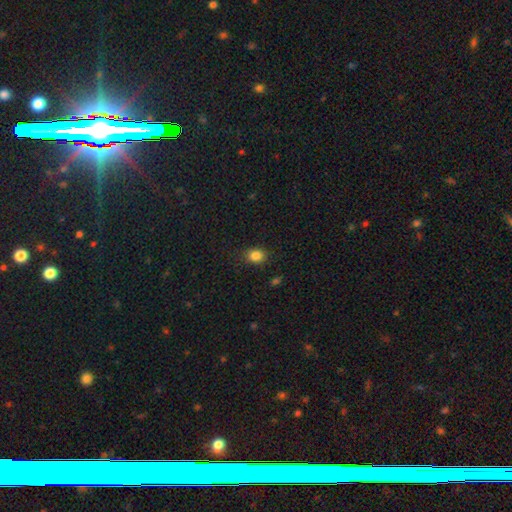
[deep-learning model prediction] smooth-or-featured: smooth: 84% | star or artifact: 11% | featured or disk: 5%
  how-rounded: in between: 50% | round: 49% | cigar-shaped: 1%
  merging: none: 84% | minor disturbance: 12% | major disturbance: 3% | merger: 1%